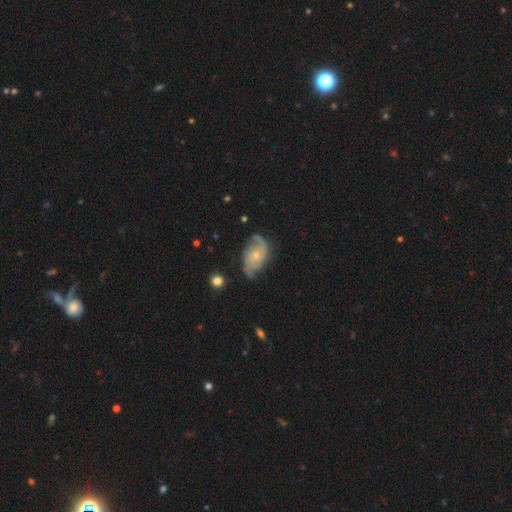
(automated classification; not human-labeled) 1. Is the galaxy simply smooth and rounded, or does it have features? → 75% featured or disk, 19% smooth, 6% star or artifact.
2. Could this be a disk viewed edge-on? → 96% no, 4% yes.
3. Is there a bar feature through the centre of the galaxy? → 74% no, 22% weak, 4% strong.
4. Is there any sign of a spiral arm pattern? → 92% yes, 8% no.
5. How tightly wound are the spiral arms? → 40% loose, 39% medium, 21% tight.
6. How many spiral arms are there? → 74% 2, 11% can't tell, 6% 3, 5% 1, 2% 4, 2% more than 4.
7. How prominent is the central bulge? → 67% small, 28% moderate, 3% none, 1% large, 1% dominant.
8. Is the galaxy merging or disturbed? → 62% none, 26% minor disturbance, 10% major disturbance, 2% merger.